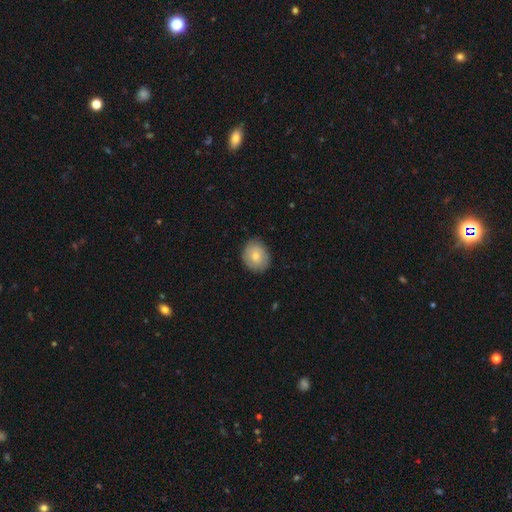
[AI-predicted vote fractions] This appears to be a smooth galaxy with no disk features (75%) that is round (71%). Merging: none (85%).